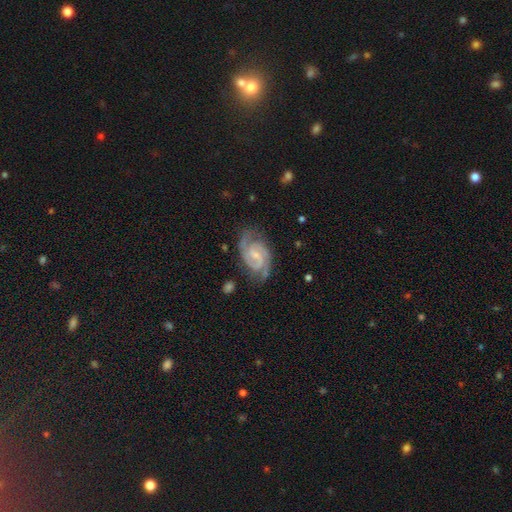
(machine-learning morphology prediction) Smooth or featured?
  - featured or disk: 91% *
  - star or artifact: 5%
  - smooth: 4%
Edge-on disk?
  - no: 98% *
  - yes: 2%
Bar?
  - weak: 53% *
  - no: 32%
  - strong: 14%
Spiral arms?
  - yes: 98% *
  - no: 2%
Spiral winding?
  - tight: 49% *
  - medium: 45%
  - loose: 6%
Spiral arm count?
  - 2: 88% *
  - 3: 6%
  - can't tell: 3%
  - 4: 1%
  - 1: 1%
  - more than 4: 1%
Bulge size?
  - small: 60% *
  - moderate: 24%
  - none: 14%
  - large: 1%
  - dominant: 1%
Merging?
  - none: 77% *
  - minor disturbance: 17%
  - major disturbance: 4%
  - merger: 2%